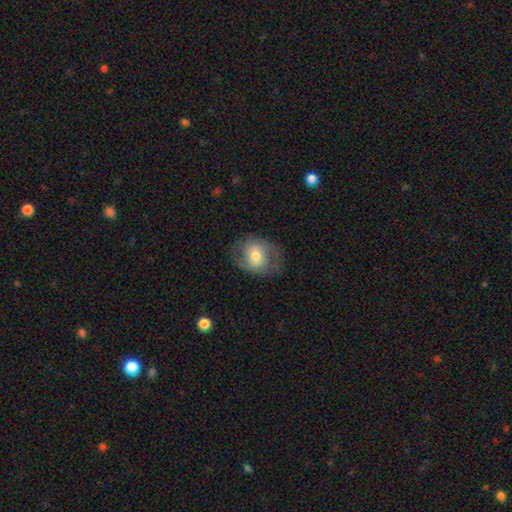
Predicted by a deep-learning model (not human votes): The model was most divided on "how rounded" (2-way tie): in between: 49%, round: 49%, cigar-shaped: 1%. More confident: merging — none (71%); smooth or featured — smooth (51%).